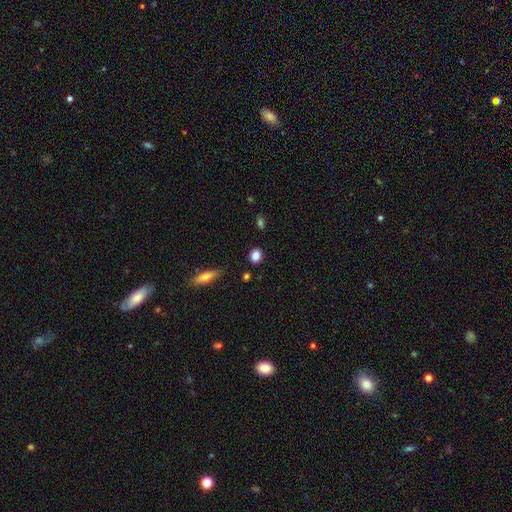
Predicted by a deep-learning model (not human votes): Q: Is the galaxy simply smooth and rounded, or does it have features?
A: smooth — 86%.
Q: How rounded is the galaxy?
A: round — 58%.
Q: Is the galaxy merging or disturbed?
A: none — 86%.